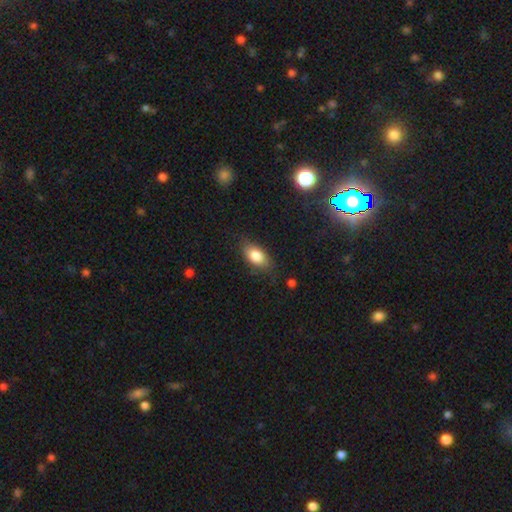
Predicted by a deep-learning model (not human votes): A smooth galaxy with no disk features (82%) that is in between round and cigar-shaped (88%).

Vote fractions:
- Smooth or featured? smooth: 82% / featured or disk: 11% / star or artifact: 7%
- How rounded? in between: 88% / round: 6% / cigar-shaped: 6%
- Merging? none: 78% / minor disturbance: 17% / major disturbance: 4% / merger: 1%